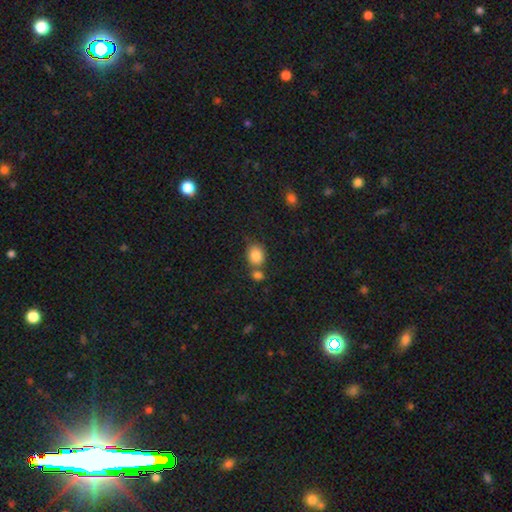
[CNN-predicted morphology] The model was most divided on "how rounded": round: 56%, in between: 43%, cigar-shaped: 1%. More confident: smooth or featured — smooth (85%); merging — none (54%).